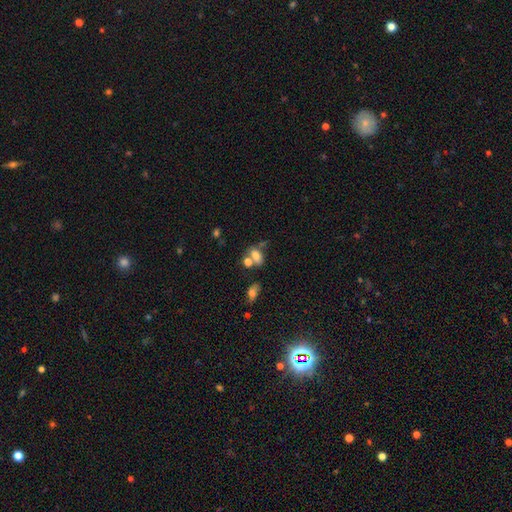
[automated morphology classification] This is likely a smooth galaxy (66%). How rounded: likely in between (79%). Merging: marginally merger (35%).